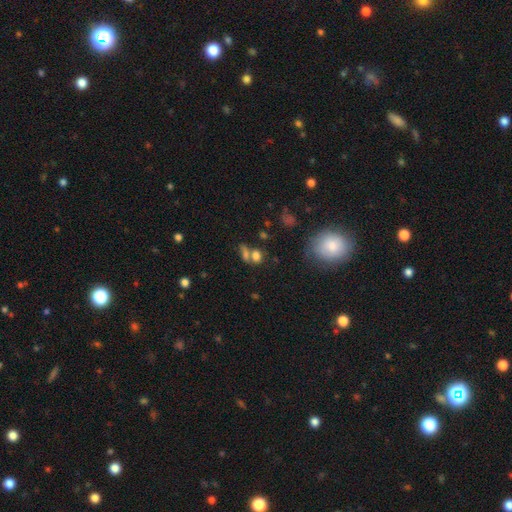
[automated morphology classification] Overall: smooth (73%). How rounded: in between (54%; round 41%). Merging: merger (42%, tied with none).